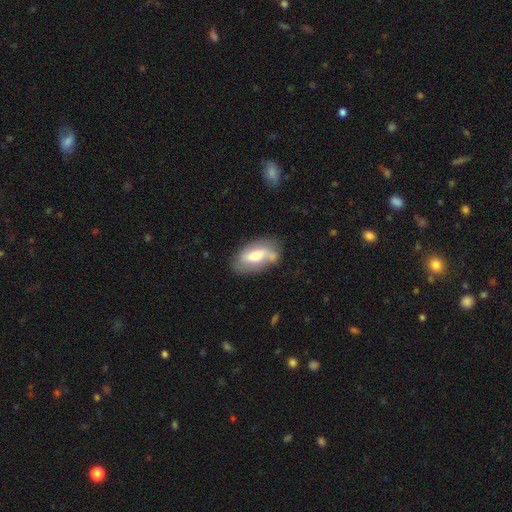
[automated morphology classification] A smooth galaxy with no disk features (49%). Merging: none (61%).